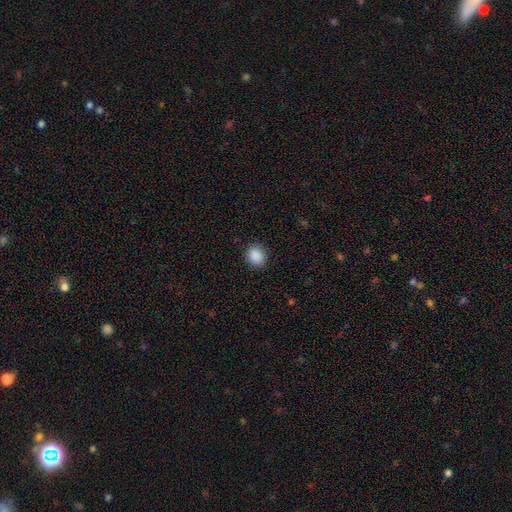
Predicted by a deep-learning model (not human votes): Overall: smooth (89%). How rounded: round (70%). Merging: none (89%).